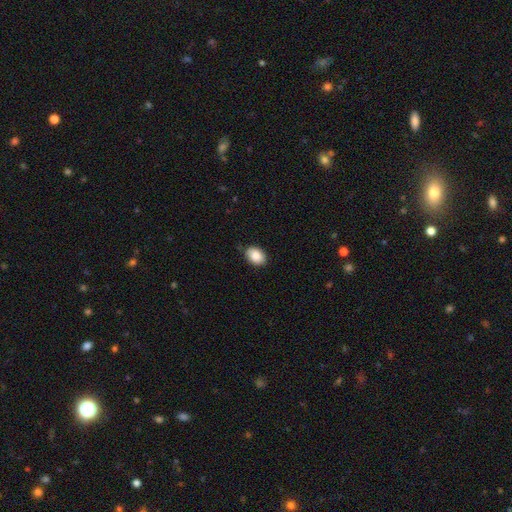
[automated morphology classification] This appears to be a smooth galaxy with no disk features (88%) that is in between round and cigar-shaped (79%). Merging: none (81%).